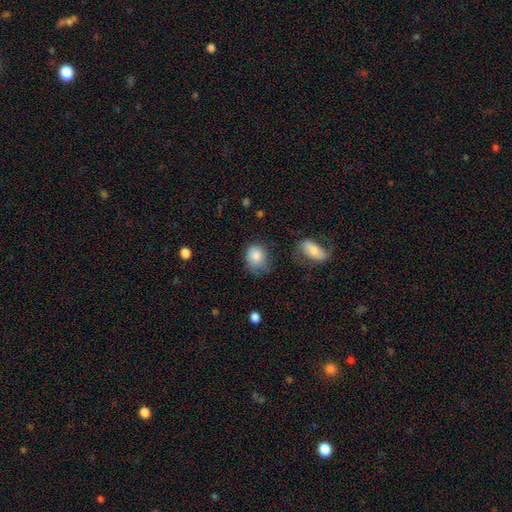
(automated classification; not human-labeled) A smooth galaxy with no disk features (83%) that is round (53%).

Vote fractions:
- Smooth or featured? smooth: 83% / featured or disk: 10% / star or artifact: 7%
- How rounded? round: 53% / in between: 46% / cigar-shaped: 1%
- Merging? none: 53% / minor disturbance: 31% / major disturbance: 12% / merger: 4%